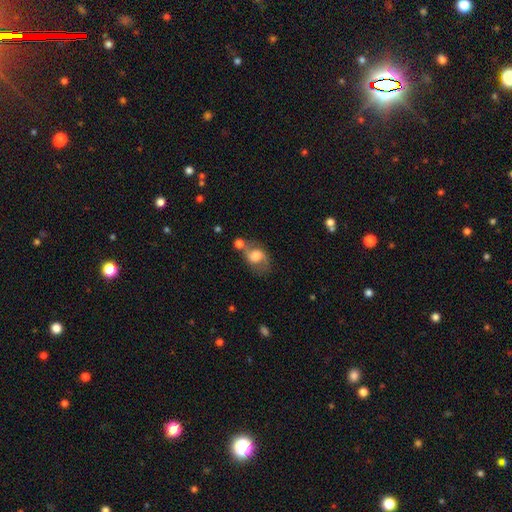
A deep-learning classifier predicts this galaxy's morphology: type=smooth (47%); merging=none (44%).